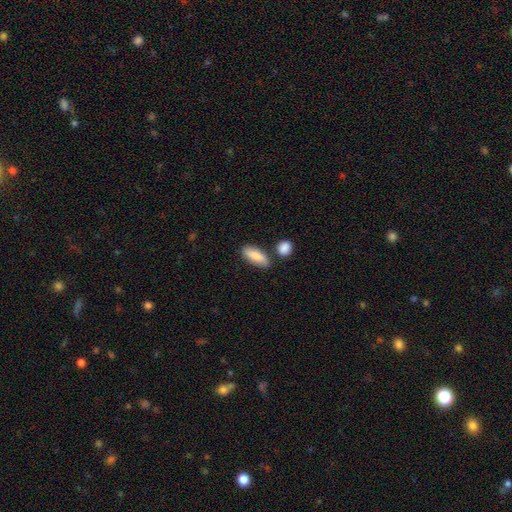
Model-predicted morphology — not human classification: The model was most divided on "how rounded": in between: 71%, cigar-shaped: 26%, round: 3%. More confident: smooth or featured — smooth (84%); merging — none (75%).